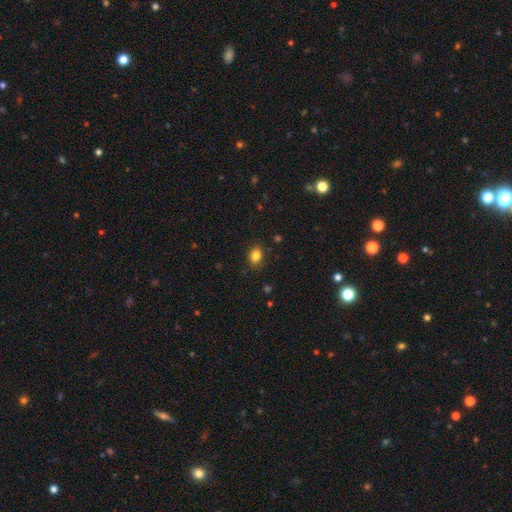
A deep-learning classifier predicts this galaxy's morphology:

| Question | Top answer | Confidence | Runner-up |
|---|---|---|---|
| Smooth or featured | smooth | 84% | star or artifact (10%) |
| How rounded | in between | 68% | round (31%) |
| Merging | none | 86% | minor disturbance (10%) |